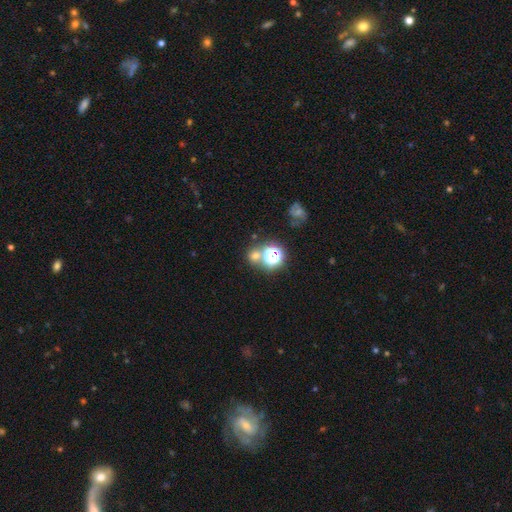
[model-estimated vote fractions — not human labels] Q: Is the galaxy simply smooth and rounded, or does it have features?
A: smooth — 58%.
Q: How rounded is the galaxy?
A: round — 84%.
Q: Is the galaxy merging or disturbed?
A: none — 64%.